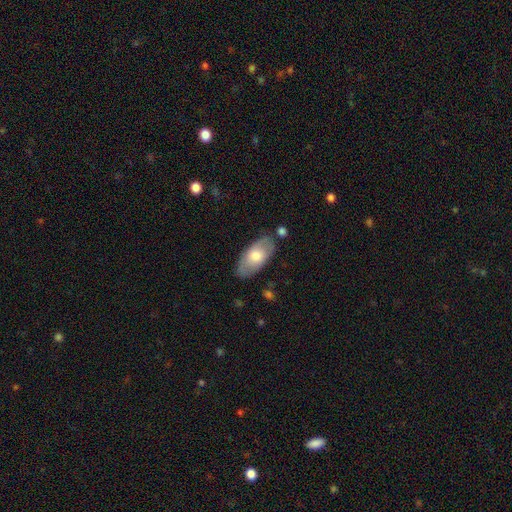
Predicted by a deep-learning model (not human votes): smooth_or_featured: smooth (p=0.64) [alt: featured or disk p=0.30]
how_rounded: in between (p=0.93) [alt: cigar-shaped p=0.04]
merging: none (p=0.77) [alt: minor disturbance p=0.16]